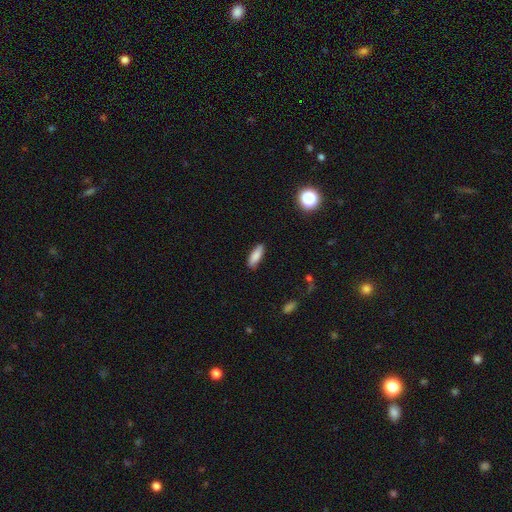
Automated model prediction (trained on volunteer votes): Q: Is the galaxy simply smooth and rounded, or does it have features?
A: smooth — 84%.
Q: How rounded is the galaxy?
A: in between — 61%.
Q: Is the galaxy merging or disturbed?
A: none — 85%.